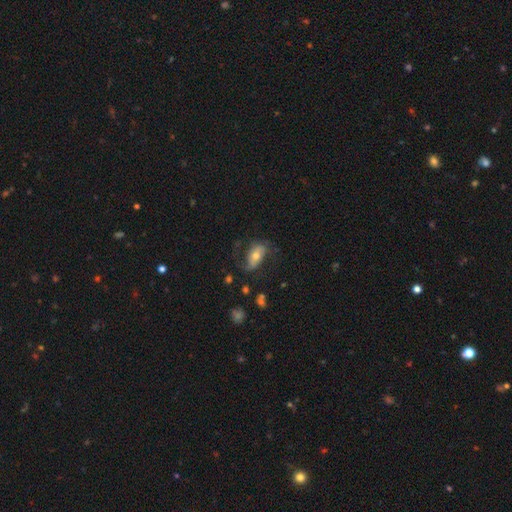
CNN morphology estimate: Smooth or featured?
  - featured or disk: 59% *
  - smooth: 33%
  - star or artifact: 9%
Edge-on disk?
  - no: 92% *
  - yes: 8%
Bar?
  - no: 46% *
  - weak: 28%
  - strong: 27%
Spiral arms?
  - yes: 84% *
  - no: 16%
Bulge size?
  - moderate: 58% *
  - small: 32%
  - large: 7%
  - dominant: 2%
  - none: 2%
Merging?
  - none: 60% *
  - minor disturbance: 20%
  - major disturbance: 18%
  - merger: 2%